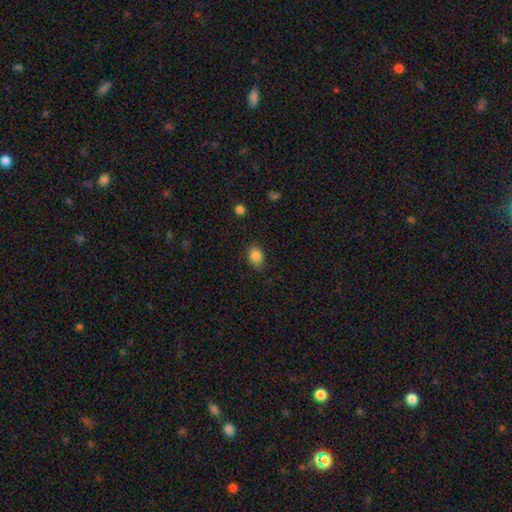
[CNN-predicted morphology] This is clearly a smooth galaxy (86%). How rounded: likely in between (73%). Merging: clearly none (85%).